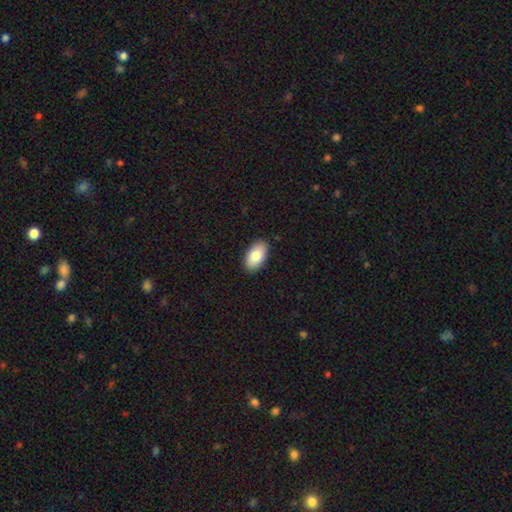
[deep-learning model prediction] smooth-or-featured: smooth: 82% | featured or disk: 12% | star or artifact: 6%
  how-rounded: in between: 95% | round: 3% | cigar-shaped: 1%
  merging: none: 89% | minor disturbance: 9% | major disturbance: 2% | merger: 1%